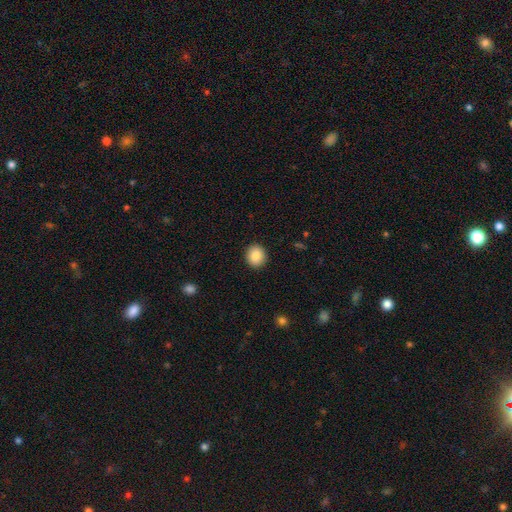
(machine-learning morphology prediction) Smooth or featured? smooth (86%)
How rounded? round (76%)
Merging? none (91%)